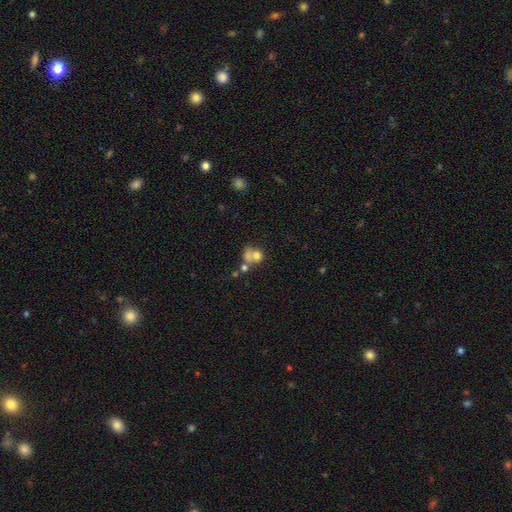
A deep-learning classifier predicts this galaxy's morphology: Overall: smooth (64%). How rounded: round (67%; in between 31%). Merging: merger (55%; none 27%).